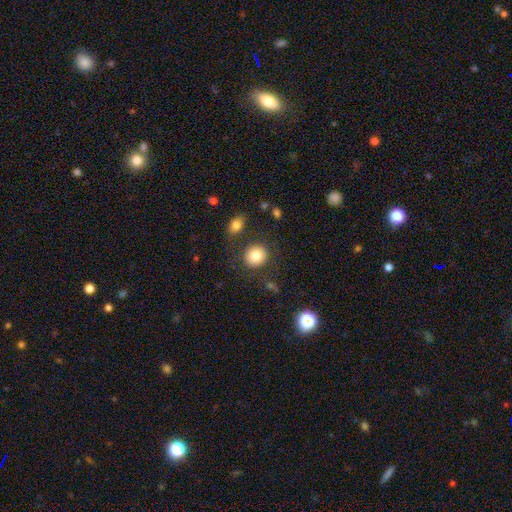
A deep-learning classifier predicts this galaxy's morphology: smooth 83%, star or artifact 9%, featured or disk 8%. Down the decision tree: how rounded — round (82%); merging — none (84%).